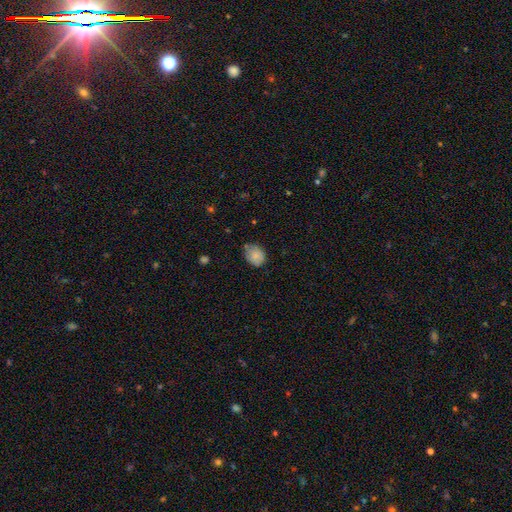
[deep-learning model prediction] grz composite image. It shows a smooth galaxy with no disk features (83%) that is round (50%). Merging: none (62%).